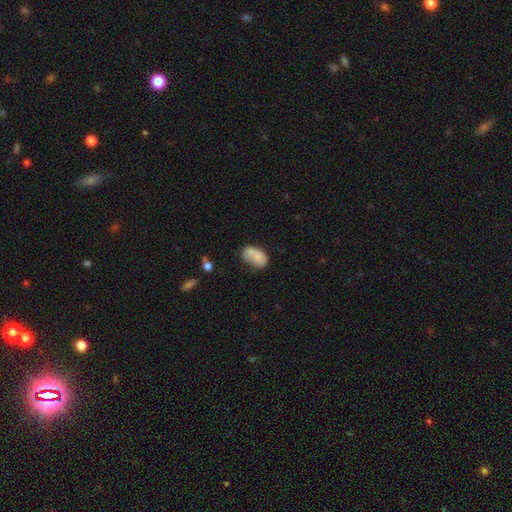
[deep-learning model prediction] Smooth or featured? Predicted: smooth (p=0.74). How rounded? Predicted: in between (p=0.88). Merging? Predicted: none (p=0.42).